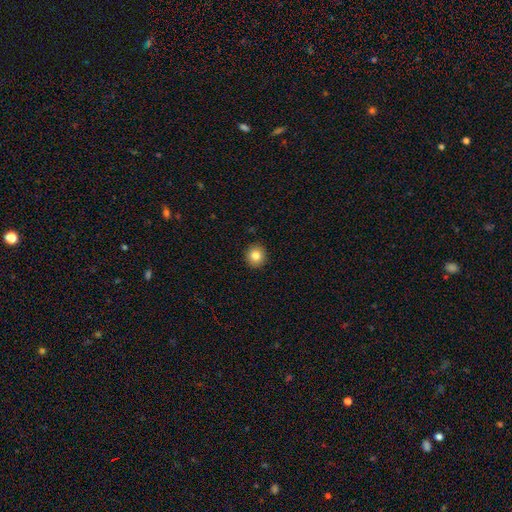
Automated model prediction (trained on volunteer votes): Overall: smooth (82%). How rounded: round (91%). Merging: none (92%).